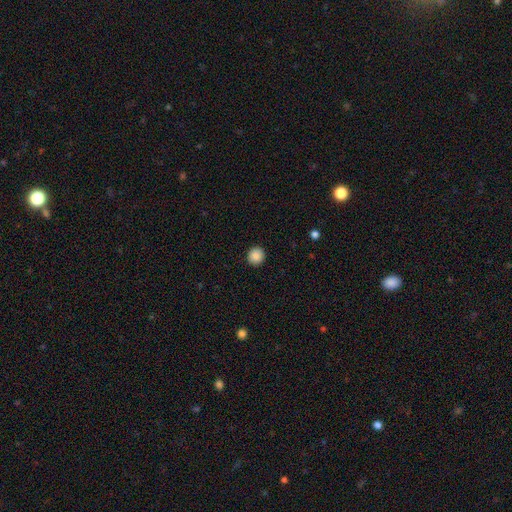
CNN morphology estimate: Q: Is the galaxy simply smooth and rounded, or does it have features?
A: smooth — 88%.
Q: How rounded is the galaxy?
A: round — 91%.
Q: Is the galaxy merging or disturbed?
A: none — 92%.